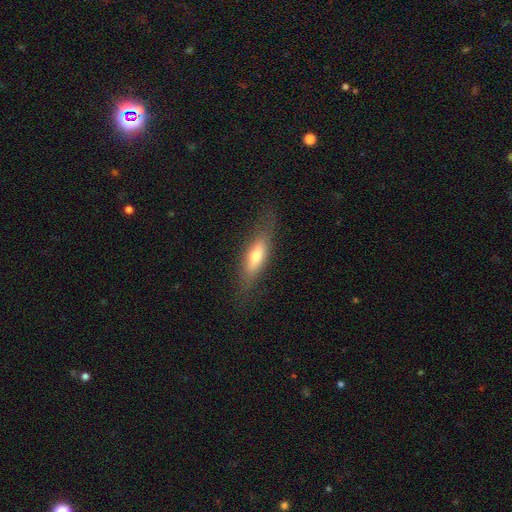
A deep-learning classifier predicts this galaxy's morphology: Smooth or featured? smooth (57%)
How rounded? cigar-shaped (53%)
Merging? none (78%)